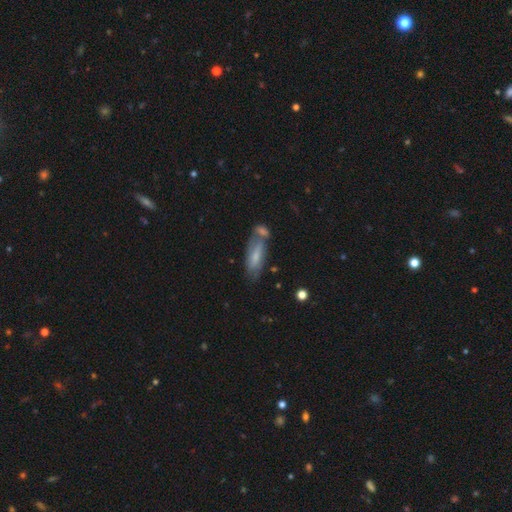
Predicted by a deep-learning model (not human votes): smooth 56%, featured or disk 37%, star or artifact 7%. Down the decision tree: how rounded — in between (65%); merging — none (43%).